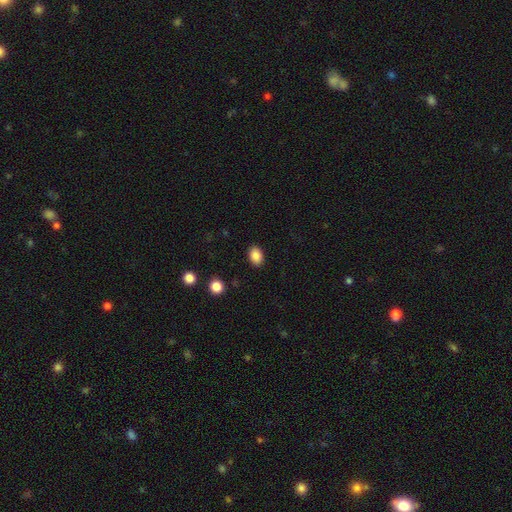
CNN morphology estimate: The model was most divided on "how rounded": in between: 78%, round: 21%, cigar-shaped: 1%. More confident: merging — none (89%); smooth or featured — smooth (87%).